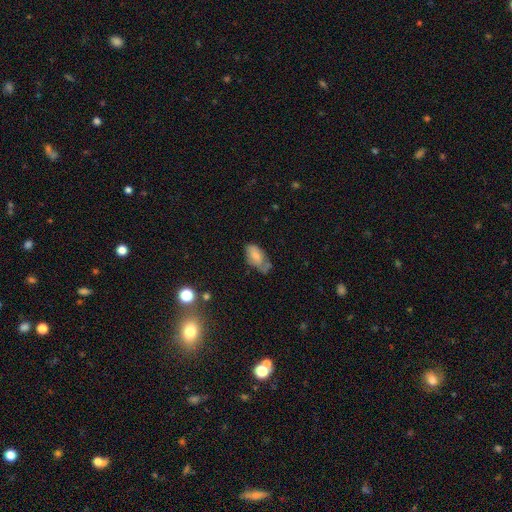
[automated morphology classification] Smooth or featured? smooth (69%)
How rounded? in between (92%)
Merging? none (37%, tied with minor disturbance)